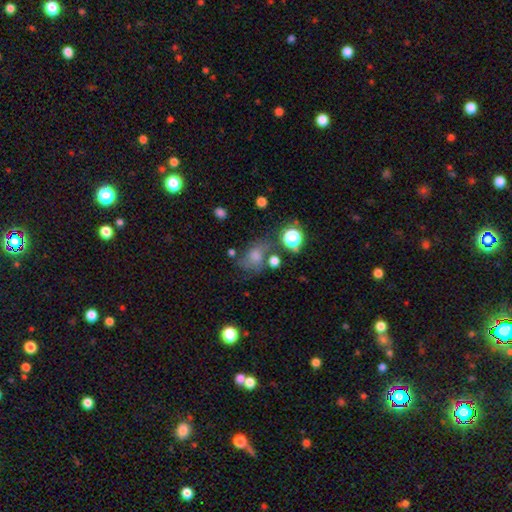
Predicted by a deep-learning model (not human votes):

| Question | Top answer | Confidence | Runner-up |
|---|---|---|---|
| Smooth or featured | smooth | 49% | star or artifact (26%) |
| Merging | none | 51% | minor disturbance (21%) |